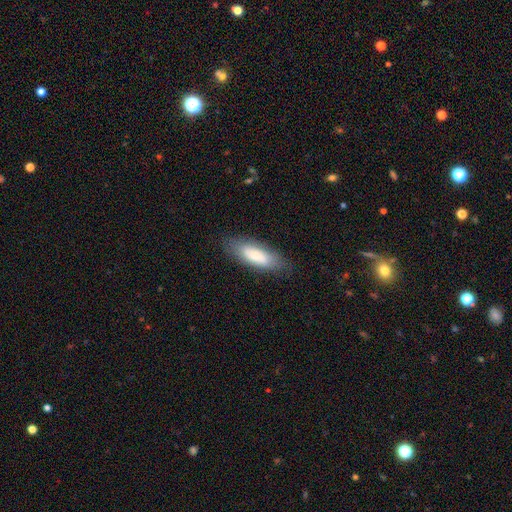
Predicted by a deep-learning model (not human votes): A smooth galaxy with no disk features (80%) that is in between round and cigar-shaped (65%). Merging: none (79%).